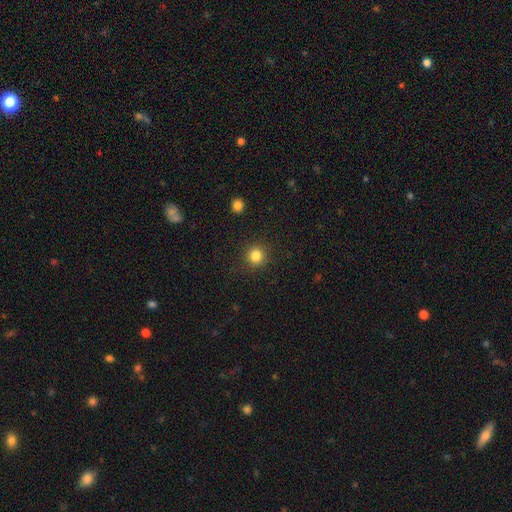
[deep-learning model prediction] A smooth galaxy with no disk features (83%) that is round (93%).

Vote fractions:
- Smooth or featured? smooth: 83% / star or artifact: 12% / featured or disk: 5%
- How rounded? round: 93% / in between: 6% / cigar-shaped: 1%
- Merging? none: 90% / minor disturbance: 6% / major disturbance: 3% / merger: 1%